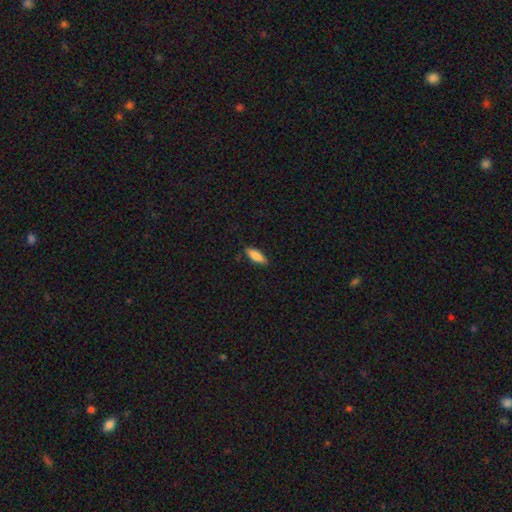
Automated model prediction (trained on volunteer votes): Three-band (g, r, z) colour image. It shows a smooth galaxy with no disk features (79%) that is in between round and cigar-shaped (54%). Merging: none (84%).